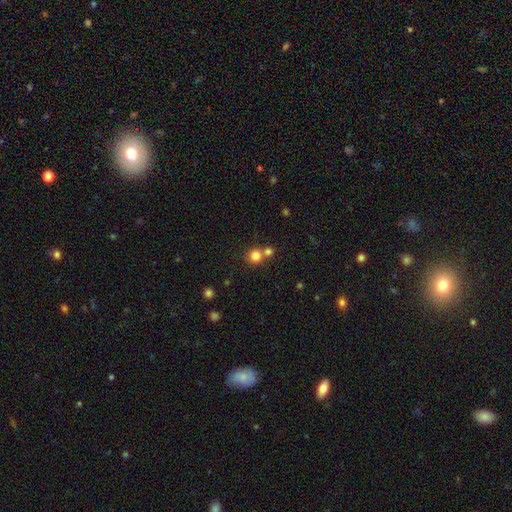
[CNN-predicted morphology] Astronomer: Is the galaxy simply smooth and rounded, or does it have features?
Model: smooth — 81%.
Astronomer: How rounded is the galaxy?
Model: round — 89%.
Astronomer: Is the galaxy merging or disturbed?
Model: none — 54% (runner-up: merger, 37%).